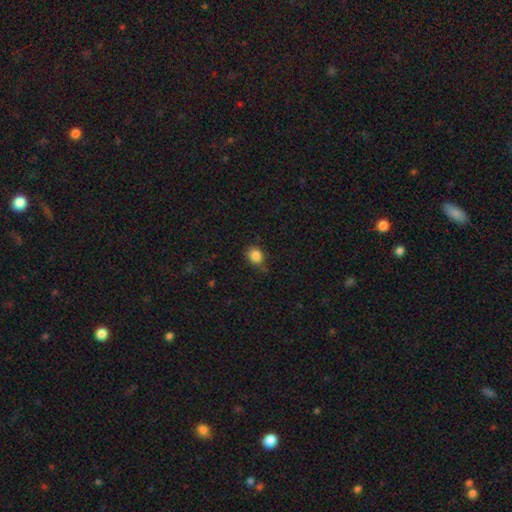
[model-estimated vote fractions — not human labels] This is clearly a smooth galaxy (85%). How rounded: possibly round (58%). Merging: likely none (73%).